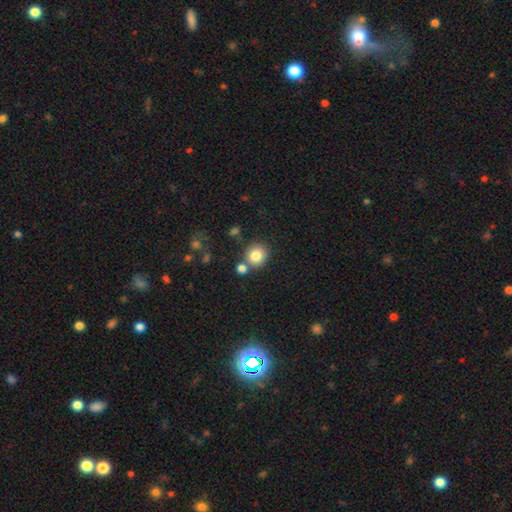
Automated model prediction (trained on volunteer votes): Smooth or featured? smooth (82%)
How rounded? round (86%)
Merging? none (71%)